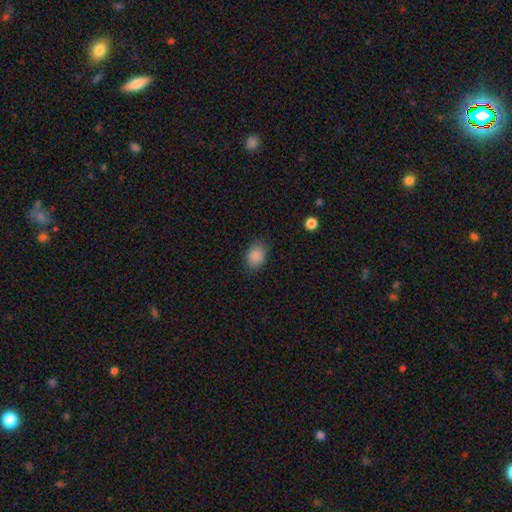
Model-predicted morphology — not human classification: smooth 88%, star or artifact 9%, featured or disk 3%. Down the decision tree: how rounded — in between (70%); merging — none (83%).